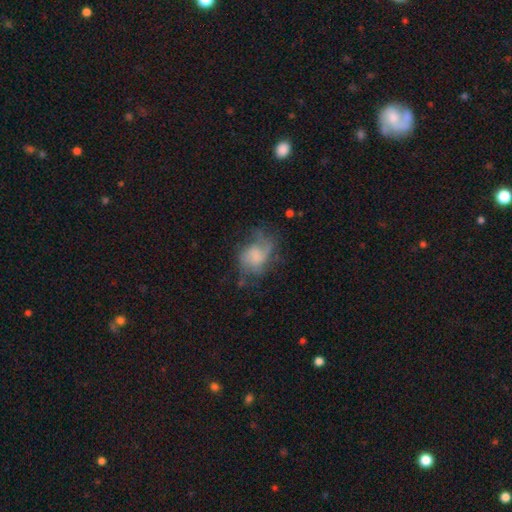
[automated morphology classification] This is possibly a featured or disk galaxy (55%). It is clearly not viewed edge-on (97%). Bar: likely no (68%). Spiral arm pattern: likely yes (77%). Central bulge: marginally none (38%). Merging: marginally none (44%).